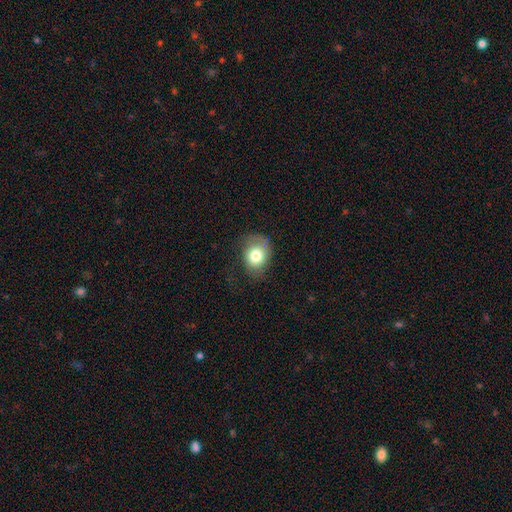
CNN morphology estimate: Smooth or featured? Predicted: smooth (p=0.75). How rounded? Predicted: round (p=0.52). Merging? Predicted: none (p=0.60).